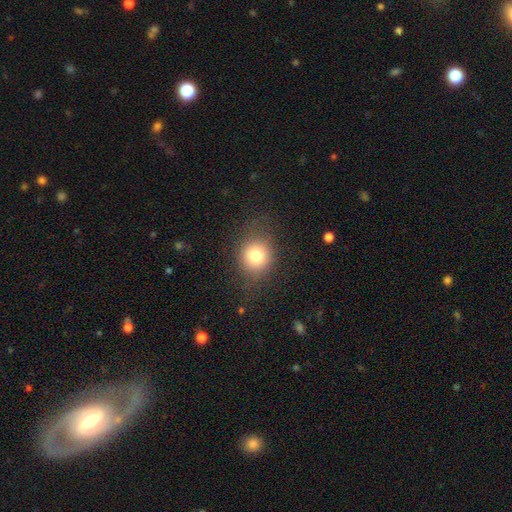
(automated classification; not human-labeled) Overall: smooth (76%). How rounded: round (78%). Merging: none (77%).